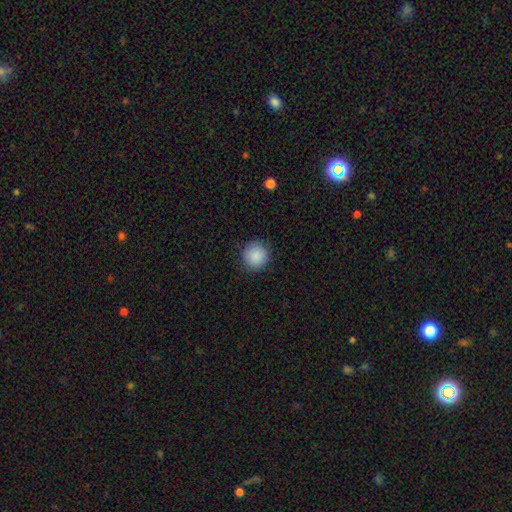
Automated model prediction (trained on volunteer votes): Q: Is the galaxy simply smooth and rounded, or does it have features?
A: smooth — 88%.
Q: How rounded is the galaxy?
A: round — 94%.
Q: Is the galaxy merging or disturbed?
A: none — 89%.